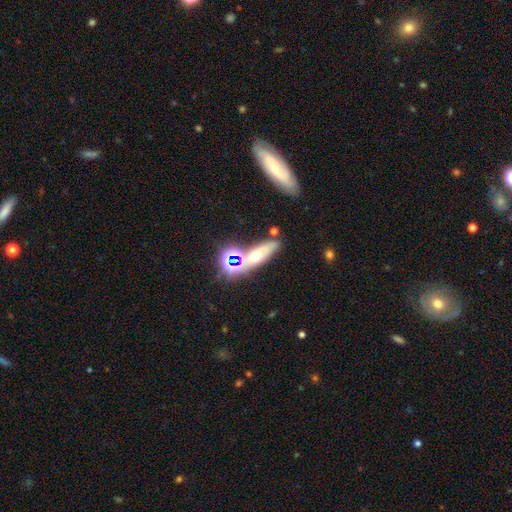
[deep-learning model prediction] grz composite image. It shows a smooth galaxy with no disk features (44%). Merging: none (62%).